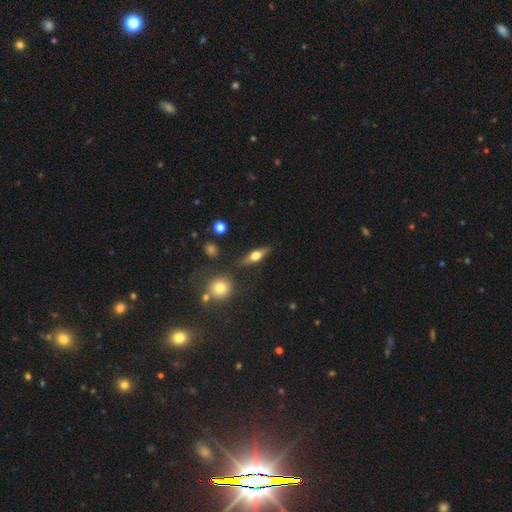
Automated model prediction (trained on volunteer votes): The model was most divided on "smooth or featured": featured or disk: 55%, smooth: 38%, star or artifact: 7%. More confident: edge-on bulge — rounded (94%); edge-on disk — yes (91%); merging — none (83%).